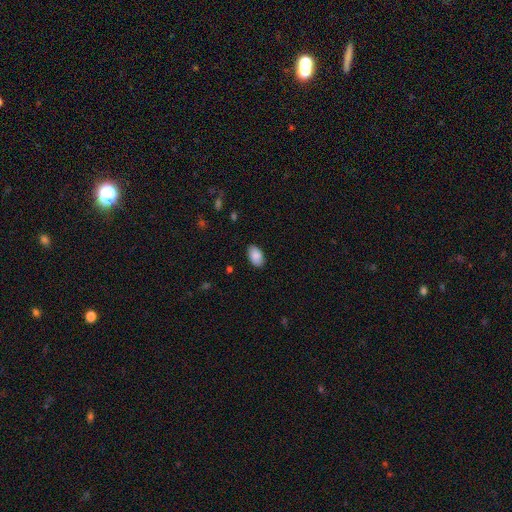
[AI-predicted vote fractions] smooth_or_featured: smooth (p=0.89) [alt: star or artifact p=0.07]
how_rounded: in between (p=0.94) [alt: round p=0.05]
merging: none (p=0.87) [alt: minor disturbance p=0.10]